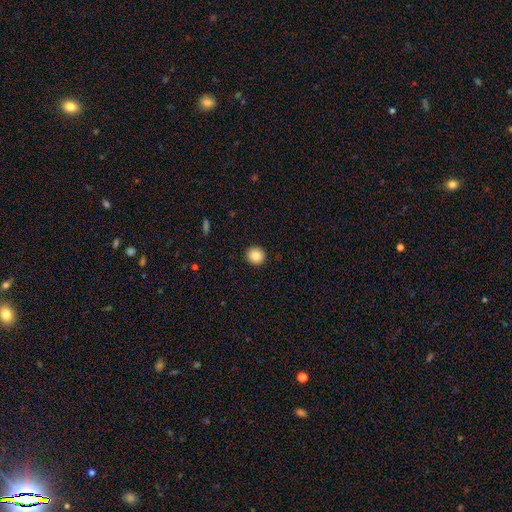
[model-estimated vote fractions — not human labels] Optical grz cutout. It shows a smooth galaxy with no disk features (87%) that is round (88%). Merging: none (92%).